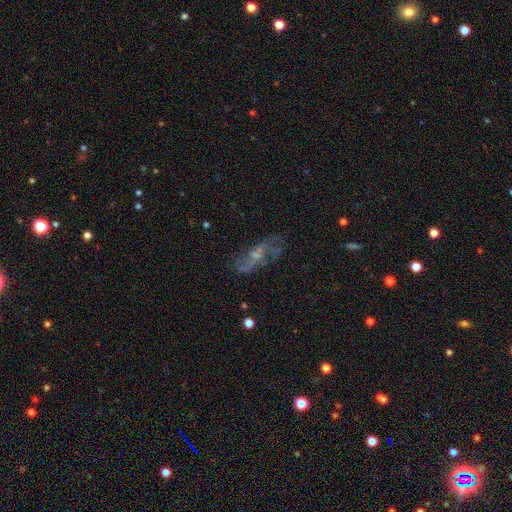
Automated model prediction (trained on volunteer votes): featured or disk 64%, smooth 24%, star or artifact 12%. Down the decision tree: edge-on disk — no (88%); bar — no (65%); spiral arms — yes (64%); bulge size — small (49%); merging — none (54%).